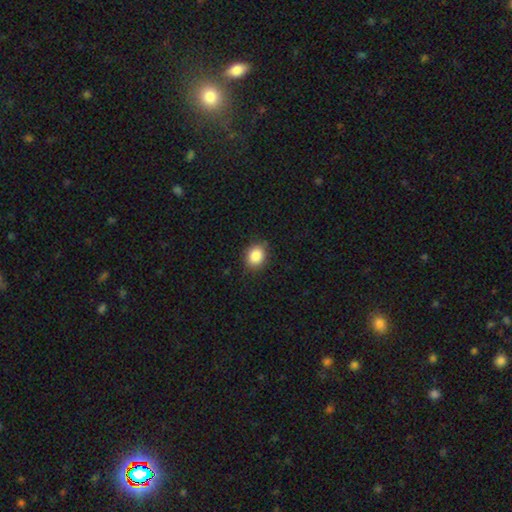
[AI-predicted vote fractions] Smooth or featured? smooth (86%)
How rounded? round (57%)
Merging? none (82%)